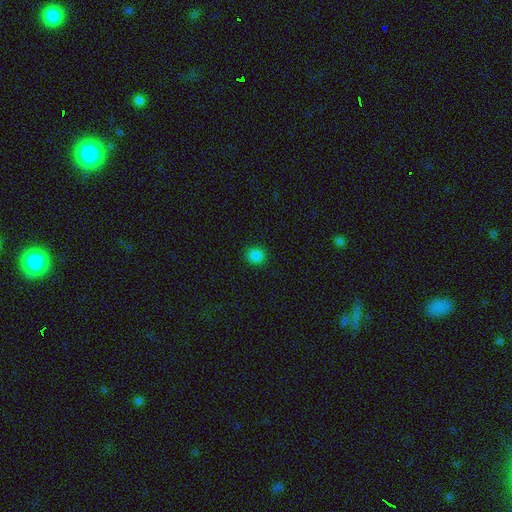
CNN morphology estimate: smooth_or_featured: smooth (p=0.84) [alt: star or artifact p=0.13]
how_rounded: round (p=0.87) [alt: in between p=0.12]
merging: none (p=0.91) [alt: minor disturbance p=0.06]